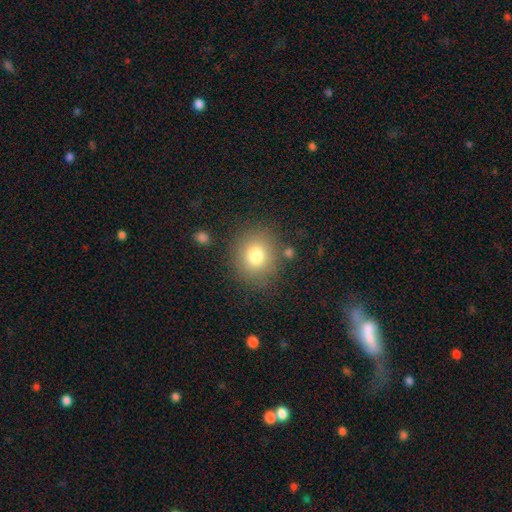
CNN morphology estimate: smooth-or-featured: smooth: 78% | star or artifact: 12% | featured or disk: 11%
  how-rounded: round: 77% | in between: 22% | cigar-shaped: 1%
  merging: none: 81% | minor disturbance: 11% | major disturbance: 5% | merger: 4%